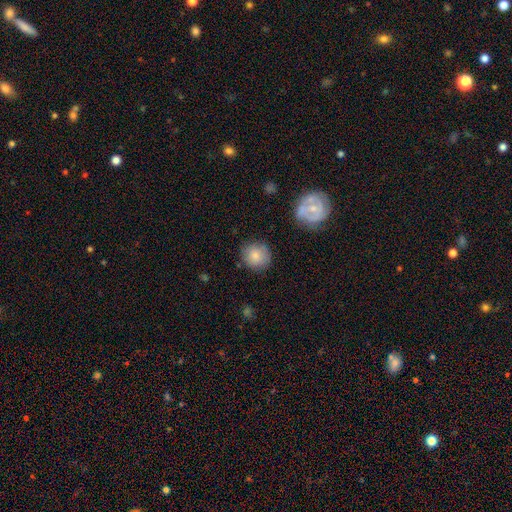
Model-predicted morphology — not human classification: A smooth galaxy with no disk features (82%) that is round (90%). Merging: none (83%).